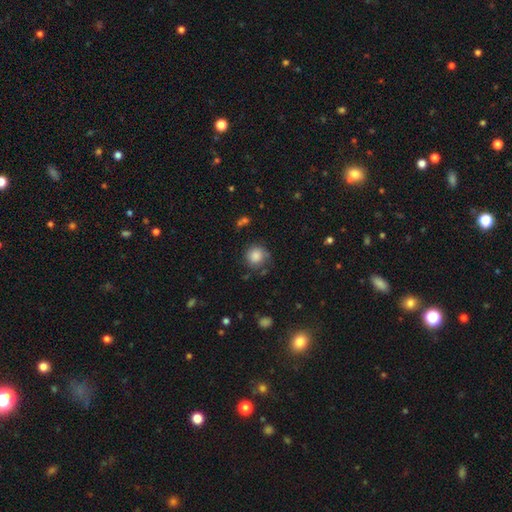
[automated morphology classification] Q: Smooth or featured?
A: smooth (82%); runner-up: featured or disk (10%)
Q: How rounded?
A: round (89%); runner-up: in between (10%)
Q: Merging?
A: none (68%); runner-up: minor disturbance (20%)